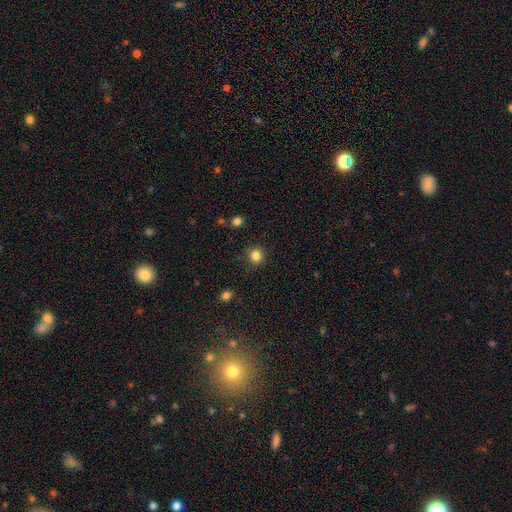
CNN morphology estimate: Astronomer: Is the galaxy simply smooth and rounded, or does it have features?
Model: smooth — 84%.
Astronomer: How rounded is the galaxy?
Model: round — 86%.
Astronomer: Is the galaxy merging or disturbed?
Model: none — 85%.